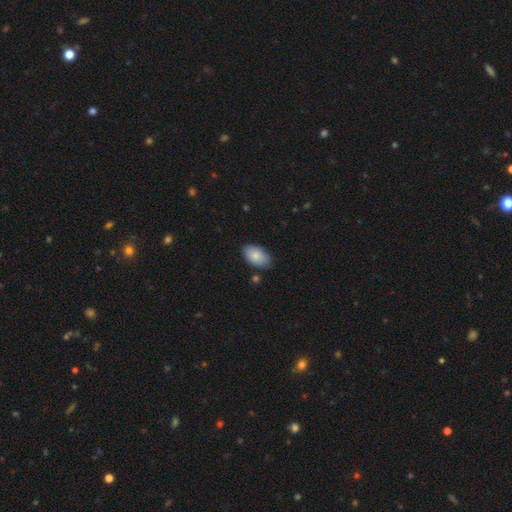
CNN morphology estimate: This appears to be a smooth galaxy with no disk features (86%) that is in between round and cigar-shaped (94%). Merging: none (81%).